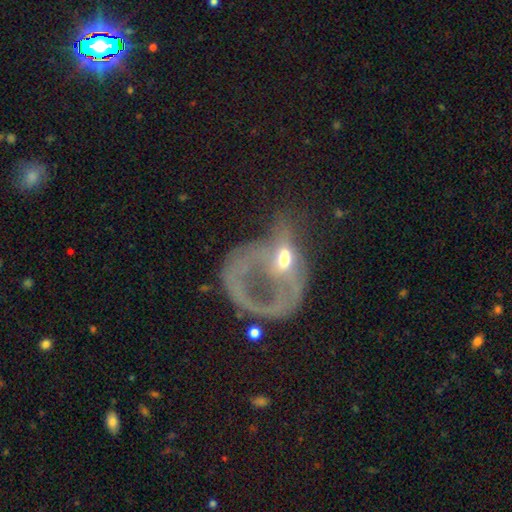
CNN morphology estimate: Smooth or featured?
  - featured or disk: 63% *
  - smooth: 25%
  - star or artifact: 12%
Edge-on disk?
  - no: 95% *
  - yes: 5%
Bar?
  - no: 80% *
  - weak: 14%
  - strong: 6%
Spiral arms?
  - no: 70% *
  - yes: 30%
Bulge size?
  - moderate: 51% *
  - small: 36%
  - none: 6%
  - large: 5%
  - dominant: 2%
Merging?
  - major disturbance: 65% *
  - none: 14%
  - merger: 12%
  - minor disturbance: 10%